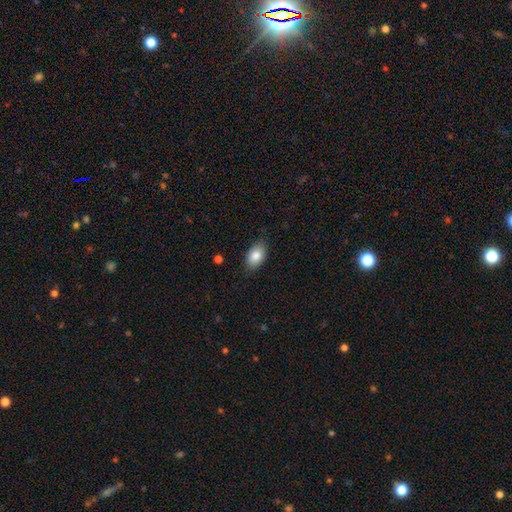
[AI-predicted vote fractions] Smooth or featured: smooth — 85% (featured or disk — 8%)
How rounded: in between — 92% (round — 6%)
Merging: none — 84% (minor disturbance — 13%)